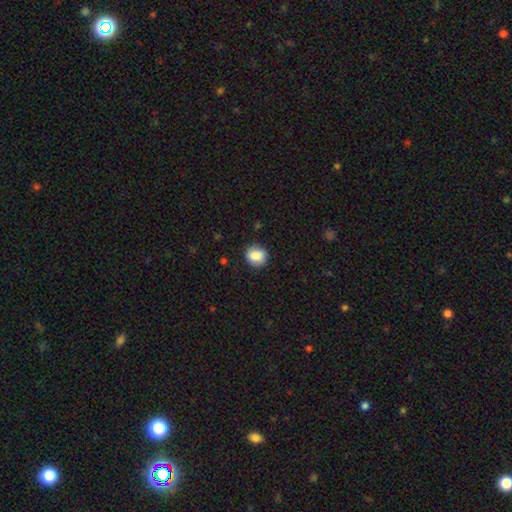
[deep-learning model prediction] Smooth or featured: smooth — 86% (star or artifact — 8%)
How rounded: round — 79% (in between — 20%)
Merging: none — 86% (minor disturbance — 10%)